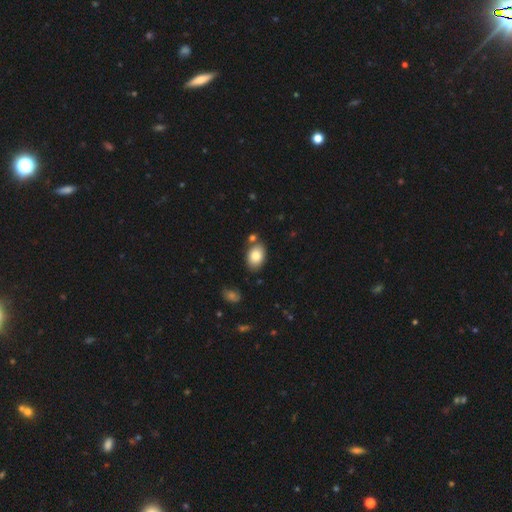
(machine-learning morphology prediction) Smooth or featured? smooth (83%)
How rounded? in between (85%)
Merging? none (77%)